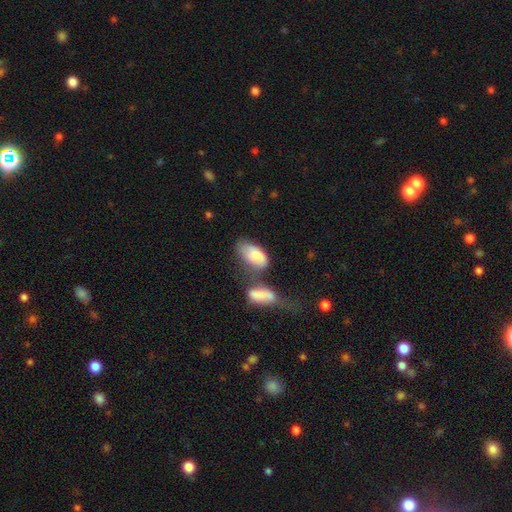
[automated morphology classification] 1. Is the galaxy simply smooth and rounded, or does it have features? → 80% smooth, 14% featured or disk, 6% star or artifact.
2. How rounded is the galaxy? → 93% in between, 4% cigar-shaped, 3% round.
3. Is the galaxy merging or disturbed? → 40% merger, 26% none, 19% minor disturbance, 15% major disturbance.